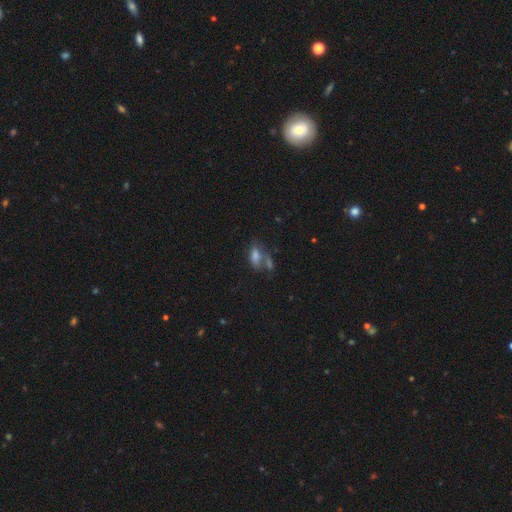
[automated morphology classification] Smooth or featured?
  - smooth: 66% *
  - featured or disk: 19%
  - star or artifact: 15%
How rounded?
  - in between: 84% *
  - cigar-shaped: 9%
  - round: 7%
Merging?
  - merger: 37% *
  - none: 35%
  - minor disturbance: 16%
  - major disturbance: 12%